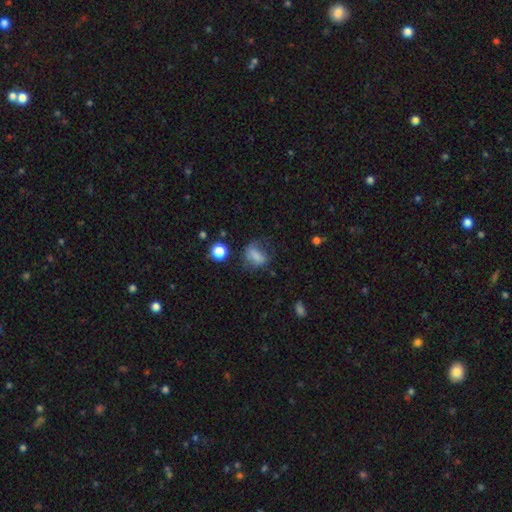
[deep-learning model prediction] Q: Smooth or featured?
A: smooth (70%); runner-up: featured or disk (15%)
Q: How rounded?
A: in between (69%); runner-up: round (27%)
Q: Merging?
A: none (40%); runner-up: minor disturbance (28%)